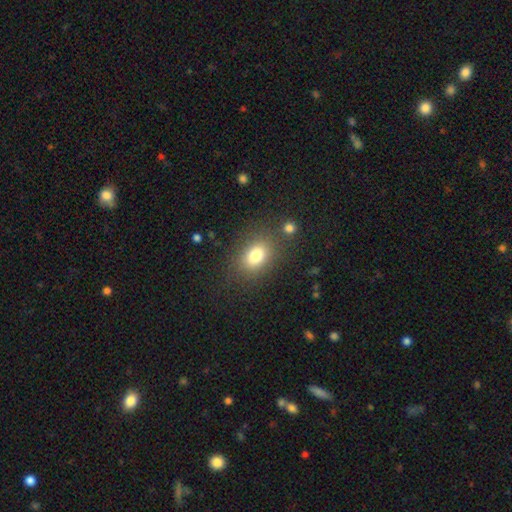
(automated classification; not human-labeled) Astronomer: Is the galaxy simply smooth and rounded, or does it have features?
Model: smooth — 79%.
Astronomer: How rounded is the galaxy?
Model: in between — 74%.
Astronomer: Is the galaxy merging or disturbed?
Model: none — 79%.